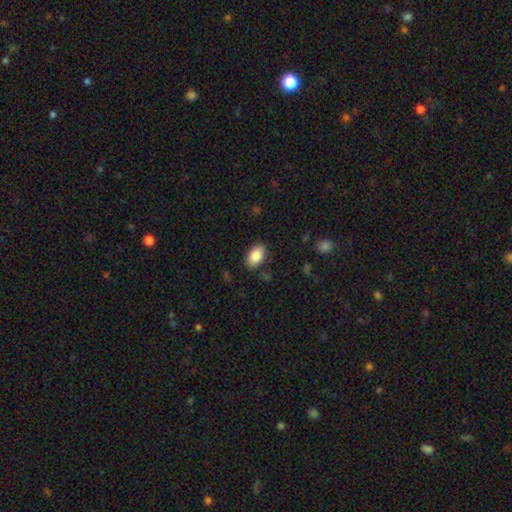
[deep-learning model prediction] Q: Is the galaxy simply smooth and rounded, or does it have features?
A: smooth — 86%.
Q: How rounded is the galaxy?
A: in between — 91%.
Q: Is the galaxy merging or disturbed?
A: none — 86%.